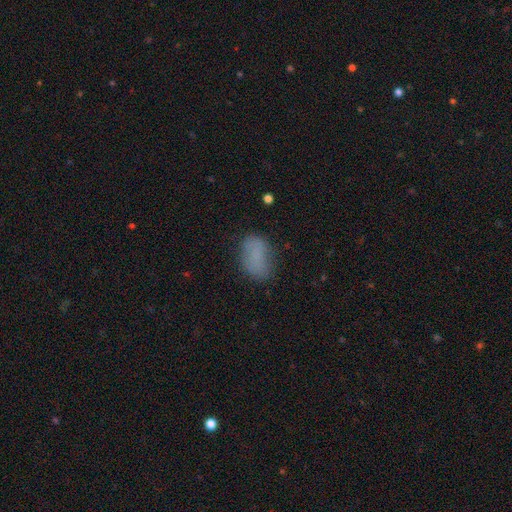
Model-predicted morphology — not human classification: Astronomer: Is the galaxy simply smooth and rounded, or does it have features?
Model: smooth — 77%.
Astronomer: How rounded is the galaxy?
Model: in between — 89%.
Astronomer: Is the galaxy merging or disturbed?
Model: none — 69%.